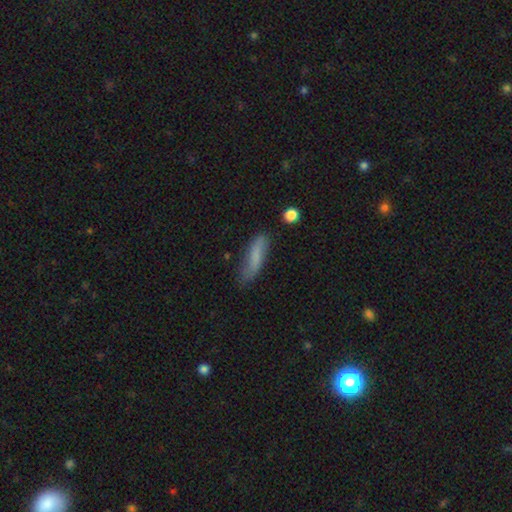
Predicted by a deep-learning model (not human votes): Smooth or featured?
  - smooth: 70% *
  - featured or disk: 22%
  - star or artifact: 8%
How rounded?
  - cigar-shaped: 68% *
  - in between: 30%
  - round: 2%
Merging?
  - none: 67% *
  - minor disturbance: 24%
  - major disturbance: 6%
  - merger: 3%